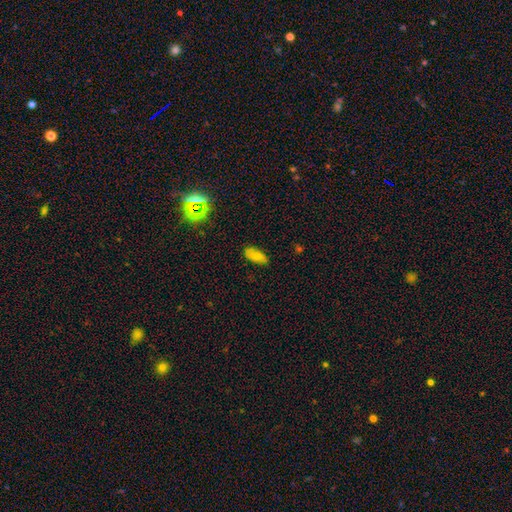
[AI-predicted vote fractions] smooth 79%, star or artifact 11%, featured or disk 10%. Down the decision tree: how rounded — in between (87%); merging — none (80%).